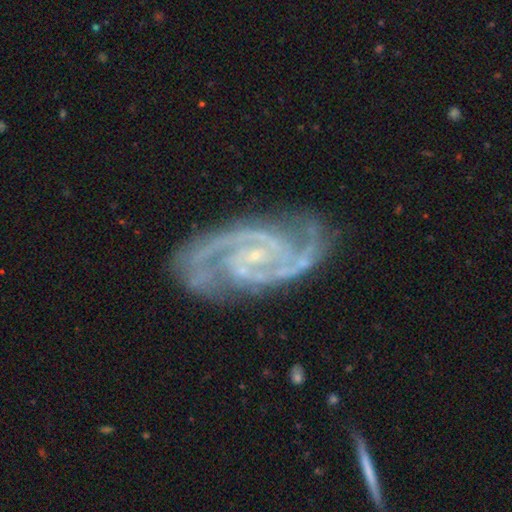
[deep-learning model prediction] Smooth or featured? featured or disk (93%)
Edge-on disk? no (97%)
Bar? no (47%)
Spiral arms? yes (99%)
Spiral winding? medium (47%)
Spiral arm count? 2 (77%)
Bulge size? small (83%)
Merging? none (76%)